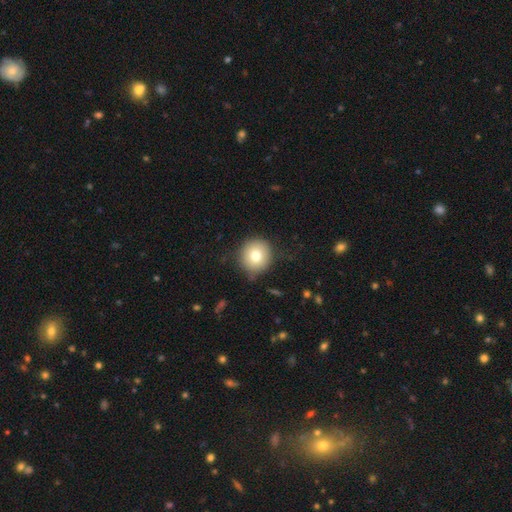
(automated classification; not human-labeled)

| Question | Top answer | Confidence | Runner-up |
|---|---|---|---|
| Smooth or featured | smooth | 75% | featured or disk (15%) |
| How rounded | round | 92% | in between (7%) |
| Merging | none | 82% | minor disturbance (13%) |